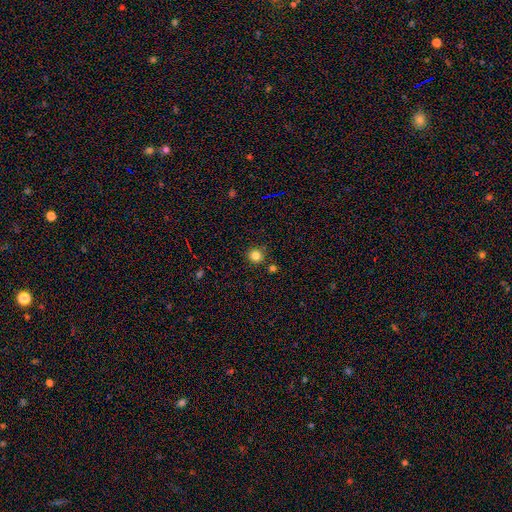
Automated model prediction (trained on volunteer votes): A smooth galaxy with no disk features (81%) that is round (93%).

Vote fractions:
- Smooth or featured? smooth: 81% / star or artifact: 14% / featured or disk: 6%
- How rounded? round: 93% / in between: 6% / cigar-shaped: 1%
- Merging? none: 86% / minor disturbance: 7% / merger: 5% / major disturbance: 2%